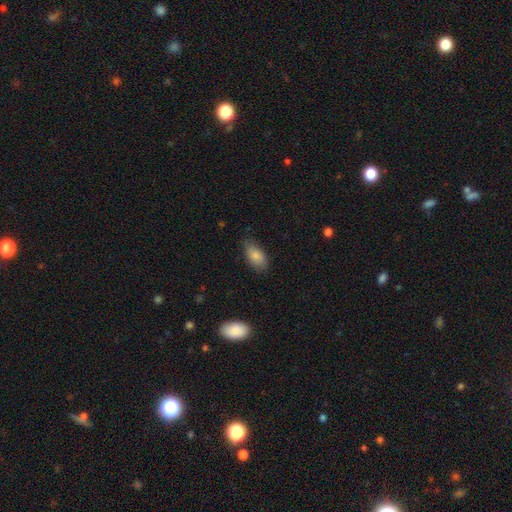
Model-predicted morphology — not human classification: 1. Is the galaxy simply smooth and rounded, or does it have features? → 82% smooth, 11% featured or disk, 7% star or artifact.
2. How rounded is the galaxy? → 91% in between, 5% cigar-shaped, 4% round.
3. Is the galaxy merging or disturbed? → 75% none, 20% minor disturbance, 4% major disturbance, 1% merger.